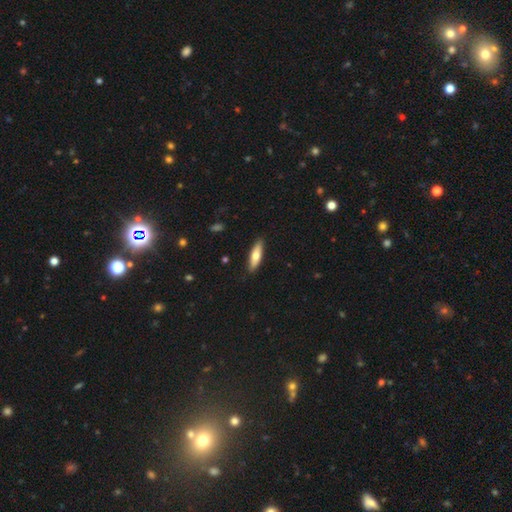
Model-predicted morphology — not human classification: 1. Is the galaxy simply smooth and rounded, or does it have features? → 66% smooth, 29% featured or disk, 5% star or artifact.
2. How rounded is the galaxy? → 60% cigar-shaped, 38% in between, 2% round.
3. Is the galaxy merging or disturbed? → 88% none, 9% minor disturbance, 2% major disturbance, 1% merger.